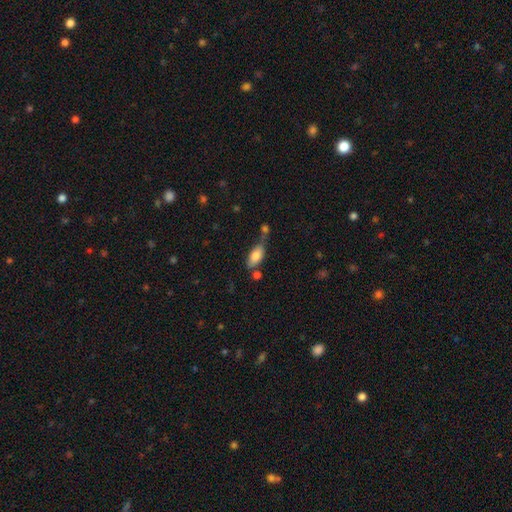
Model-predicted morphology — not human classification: Smooth or featured? Predicted: smooth (p=0.81). How rounded? Predicted: in between (p=0.89). Merging? Predicted: none (p=0.44).